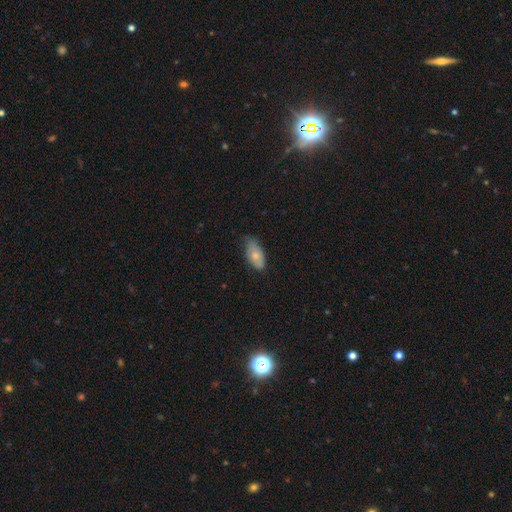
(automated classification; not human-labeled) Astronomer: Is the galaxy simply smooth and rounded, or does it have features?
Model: smooth — 71%.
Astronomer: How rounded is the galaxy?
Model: in between — 90%.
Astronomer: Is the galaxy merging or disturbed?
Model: none — 62%.